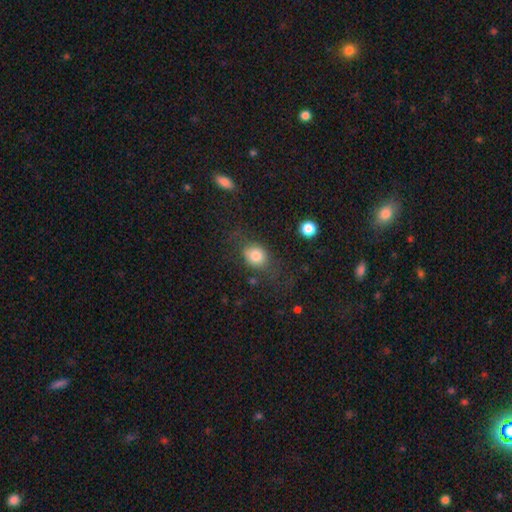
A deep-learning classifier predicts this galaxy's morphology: This appears to be a smooth galaxy with no disk features (77%) that is round (51%). Merging: none (61%).